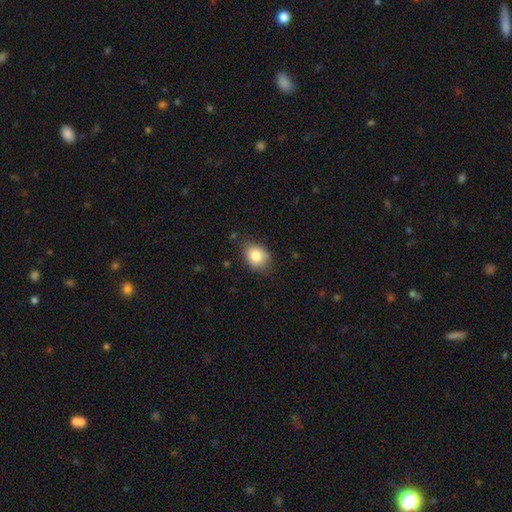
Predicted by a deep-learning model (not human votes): smooth-or-featured: smooth: 85% | star or artifact: 9% | featured or disk: 7%
  how-rounded: in between: 52% | round: 47% | cigar-shaped: 1%
  merging: none: 73% | minor disturbance: 21% | major disturbance: 4% | merger: 2%